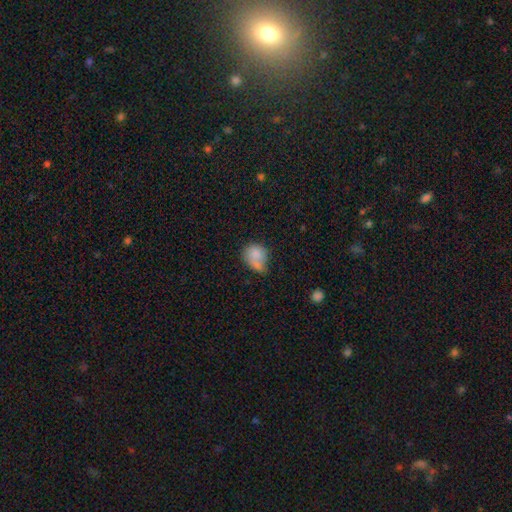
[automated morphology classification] Smooth or featured? smooth (78%)
How rounded? round (57%)
Merging? none (34%)